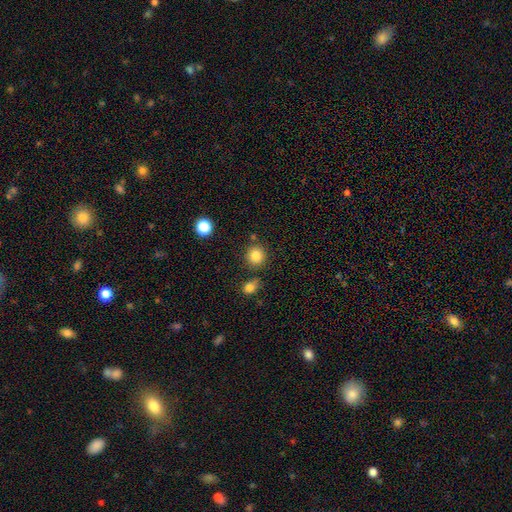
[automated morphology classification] smooth_or_featured: smooth (p=0.85) [alt: star or artifact p=0.10]
how_rounded: round (p=0.90) [alt: in between p=0.09]
merging: none (p=0.80) [alt: minor disturbance p=0.09]